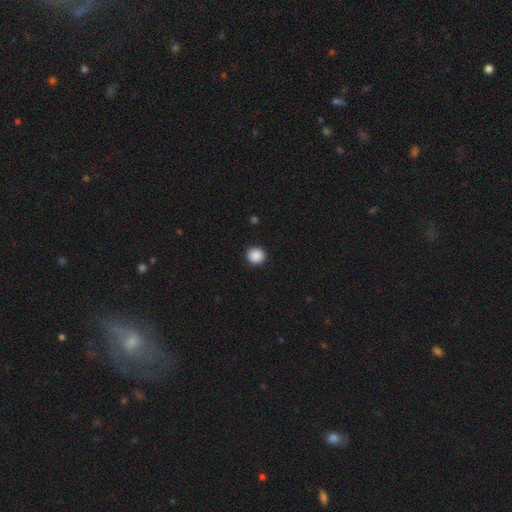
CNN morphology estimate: A smooth galaxy with no disk features (89%) that is round (93%).

Vote fractions:
- Smooth or featured? smooth: 89% / star or artifact: 9% / featured or disk: 2%
- How rounded? round: 93% / in between: 6% / cigar-shaped: 1%
- Merging? none: 93% / minor disturbance: 5% / major disturbance: 2% / merger: 1%